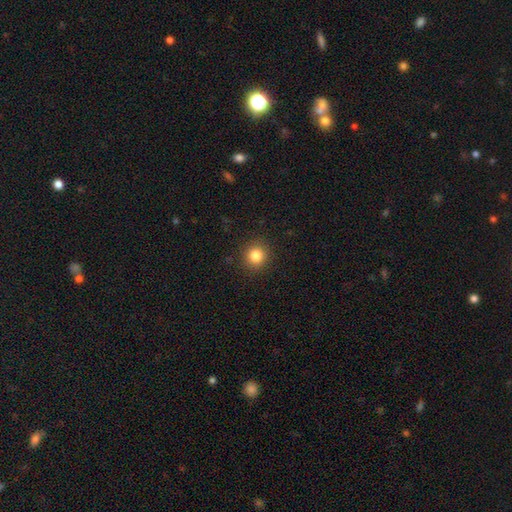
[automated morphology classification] A smooth galaxy with no disk features (83%) that is round (91%).

Vote fractions:
- Smooth or featured? smooth: 83% / star or artifact: 12% / featured or disk: 6%
- How rounded? round: 91% / in between: 8% / cigar-shaped: 1%
- Merging? none: 91% / minor disturbance: 6% / major disturbance: 2% / merger: 1%